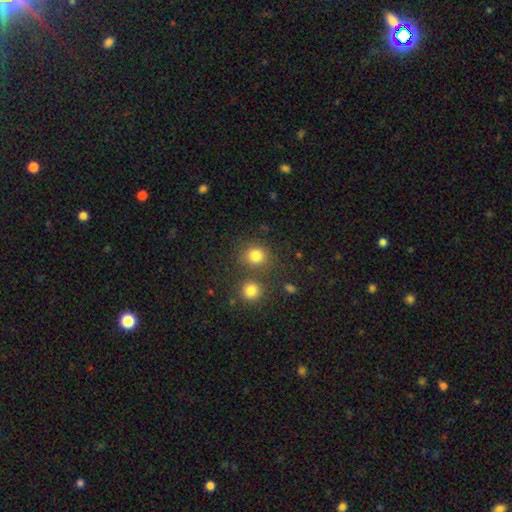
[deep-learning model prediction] This appears to be a smooth galaxy with no disk features (81%) that is round (83%). Merging: none (71%).